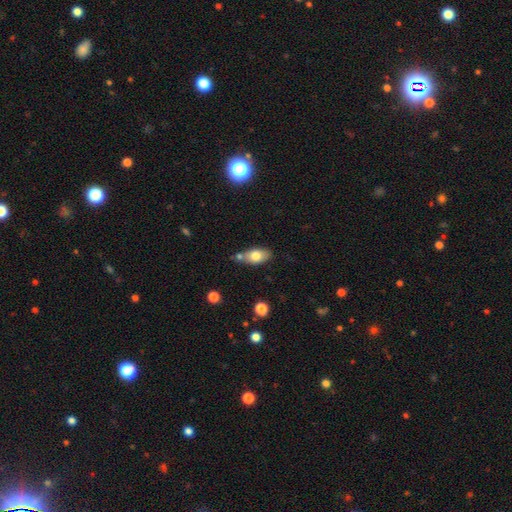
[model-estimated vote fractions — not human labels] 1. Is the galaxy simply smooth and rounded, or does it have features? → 75% smooth, 17% featured or disk, 8% star or artifact.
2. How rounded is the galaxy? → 89% in between, 6% round, 5% cigar-shaped.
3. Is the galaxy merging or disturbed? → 63% none, 17% minor disturbance, 15% merger, 4% major disturbance.